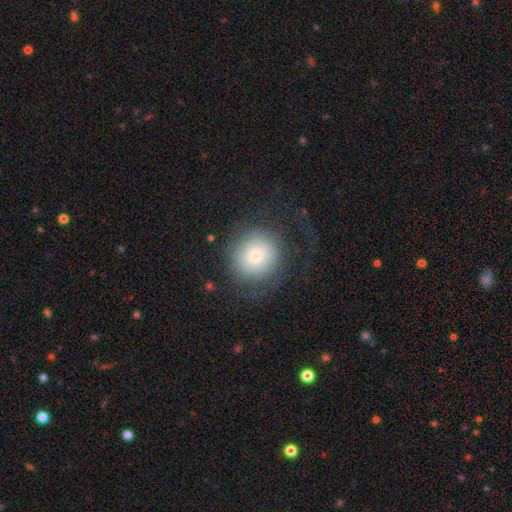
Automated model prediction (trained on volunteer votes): smooth_or_featured: featured or disk (p=0.47) [alt: smooth p=0.44]
merging: none (p=0.66) [alt: major disturbance p=0.20]